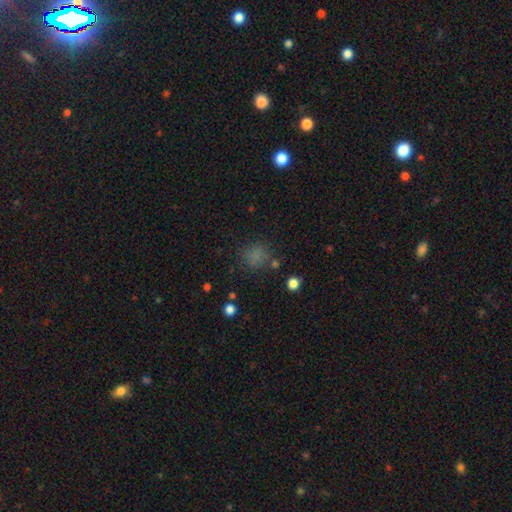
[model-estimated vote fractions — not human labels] Smooth or featured: smooth — 75% (star or artifact — 19%)
How rounded: round — 81% (in between — 18%)
Merging: none — 75% (minor disturbance — 14%)